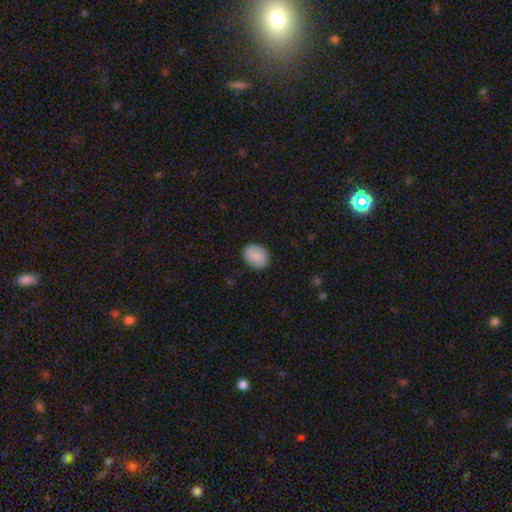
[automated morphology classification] smooth 89%, star or artifact 7%, featured or disk 4%. Down the decision tree: how rounded — in between (58%); merging — none (87%).